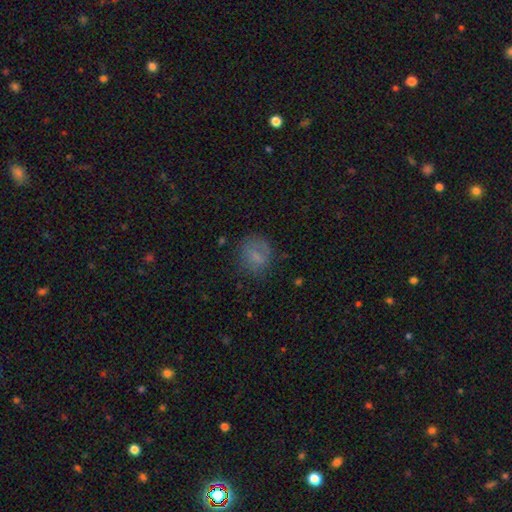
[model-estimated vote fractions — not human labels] The model was most divided on "how rounded": round: 67%, in between: 32%, cigar-shaped: 1%. More confident: smooth or featured — smooth (64%); merging — none (62%).